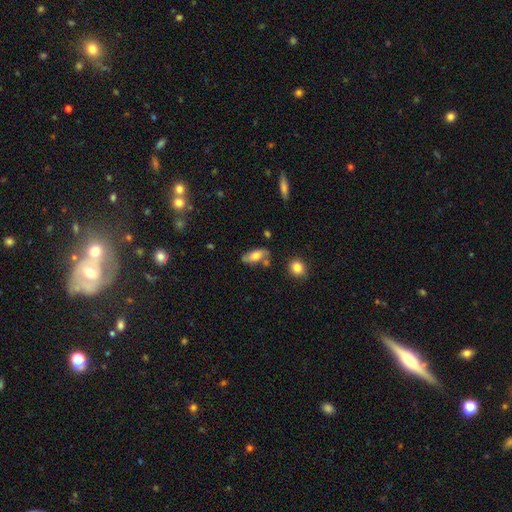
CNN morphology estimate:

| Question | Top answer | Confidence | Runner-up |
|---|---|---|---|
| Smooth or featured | smooth | 63% | featured or disk (29%) |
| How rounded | in between | 84% | cigar-shaped (12%) |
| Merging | none | 67% | minor disturbance (19%) |